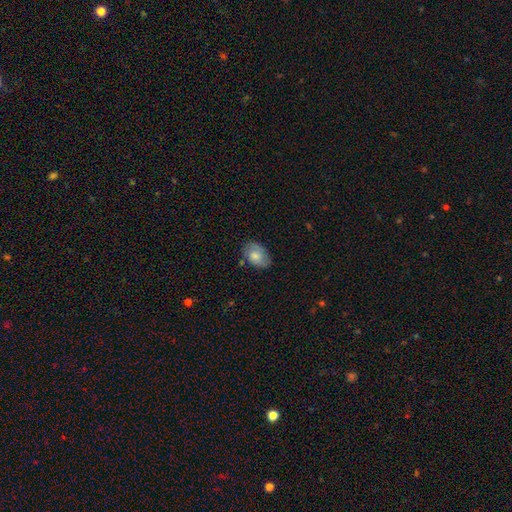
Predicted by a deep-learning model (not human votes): smooth 70%, featured or disk 23%, star or artifact 7%. Down the decision tree: how rounded — in between (85%); merging — none (73%).